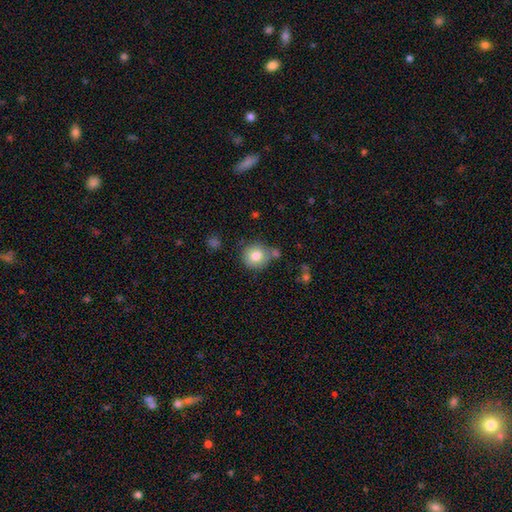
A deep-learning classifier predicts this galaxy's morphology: This is clearly a smooth galaxy (80%). How rounded: clearly round (87%). Merging: likely none (67%).